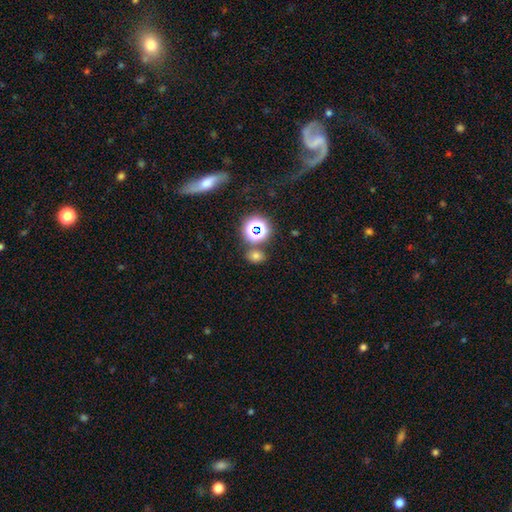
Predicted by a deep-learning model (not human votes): smooth_or_featured: smooth (p=0.65) [alt: star or artifact p=0.27]
how_rounded: in between (p=0.58) [alt: round p=0.40]
merging: none (p=0.74) [alt: merger p=0.12]